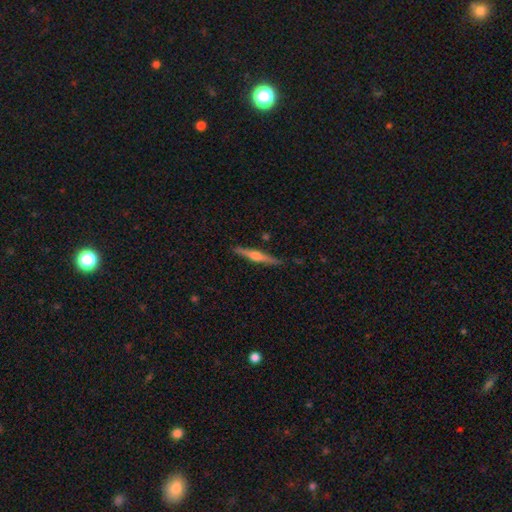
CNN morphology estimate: This appears to be a featured or disk galaxy (72%) viewed edge-on (98%) with a rounded central bulge (91%). Merging: none (88%).